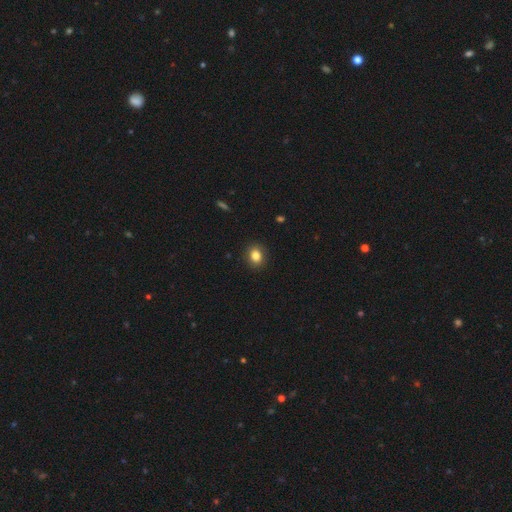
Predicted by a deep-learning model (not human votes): smooth 84%, star or artifact 10%, featured or disk 6%. Down the decision tree: how rounded — round (59%); merging — none (90%).